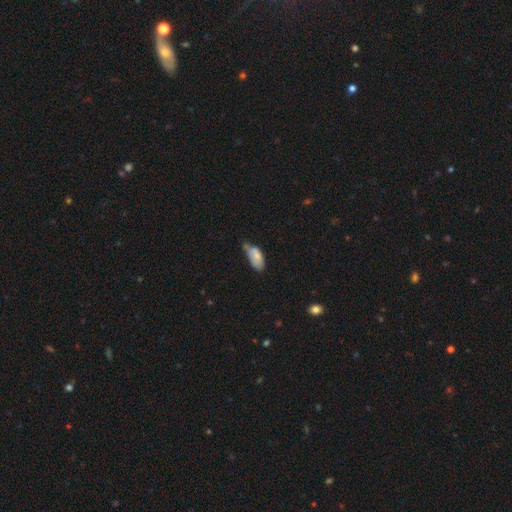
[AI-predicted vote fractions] Overall: smooth (76%). How rounded: in between (89%). Merging: minor disturbance (43%; none 31%).